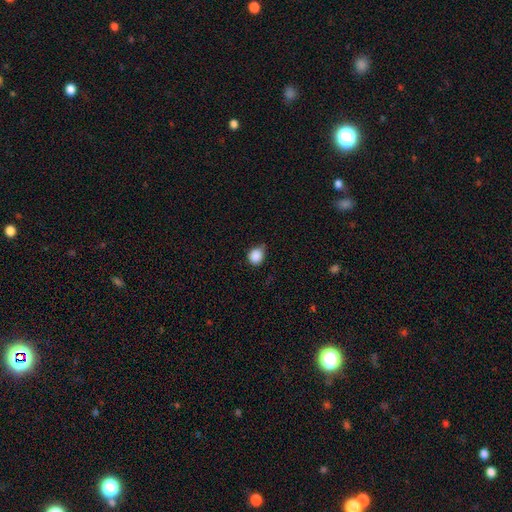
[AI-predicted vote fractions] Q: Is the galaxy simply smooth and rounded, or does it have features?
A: smooth — 87%.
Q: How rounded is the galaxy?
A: round — 72%.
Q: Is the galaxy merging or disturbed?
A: none — 56%.